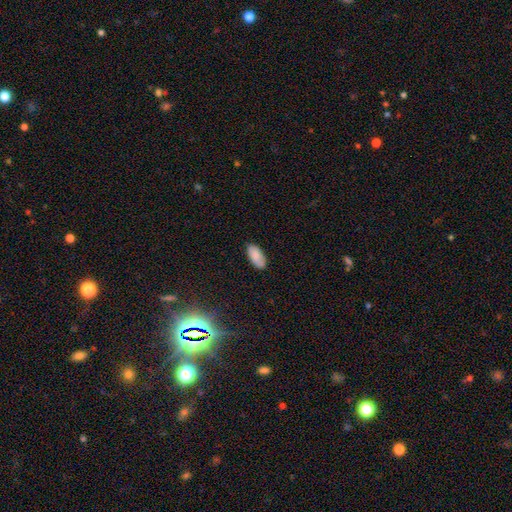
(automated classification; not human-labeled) This is clearly a smooth galaxy (88%). How rounded: clearly in between (93%). Merging: clearly none (83%).